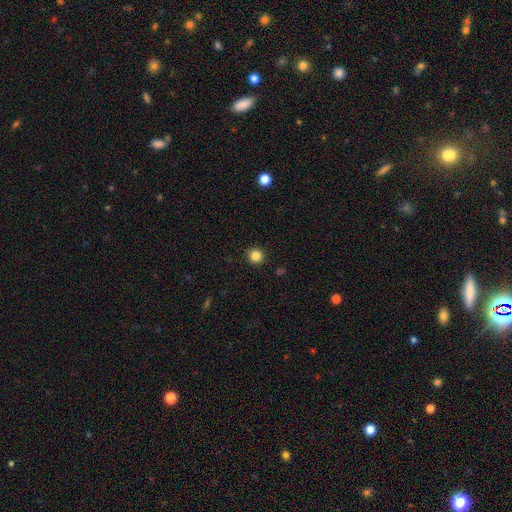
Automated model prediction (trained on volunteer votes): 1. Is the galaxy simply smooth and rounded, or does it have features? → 85% smooth, 11% star or artifact, 4% featured or disk.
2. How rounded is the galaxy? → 95% round, 4% in between, 1% cigar-shaped.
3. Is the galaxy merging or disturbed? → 93% none, 5% minor disturbance, 2% major disturbance, 1% merger.